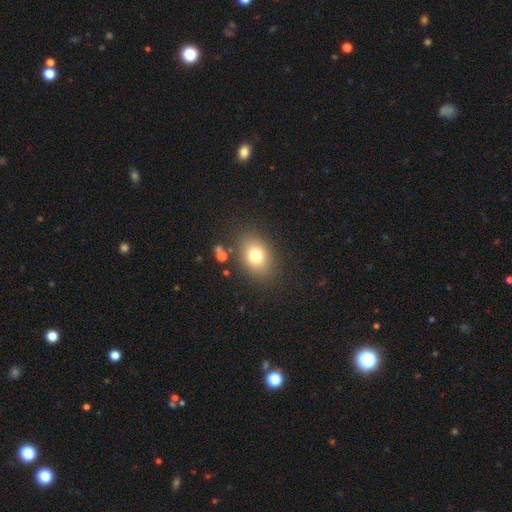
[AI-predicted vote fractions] smooth_or_featured: smooth (p=0.76) [alt: star or artifact p=0.12]
how_rounded: in between (p=0.68) [alt: round p=0.30]
merging: none (p=0.83) [alt: minor disturbance p=0.10]